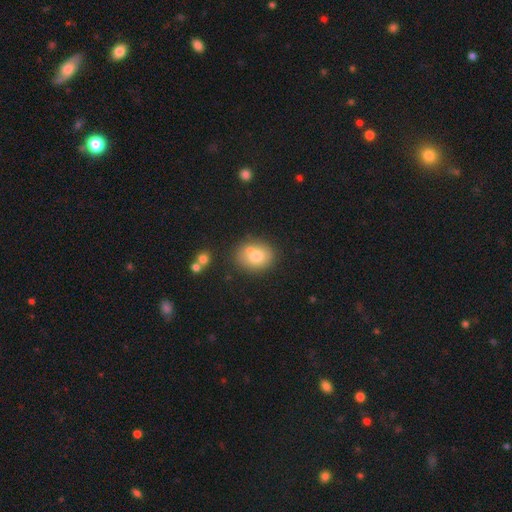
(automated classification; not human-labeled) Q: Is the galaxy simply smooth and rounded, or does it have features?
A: smooth — 75%.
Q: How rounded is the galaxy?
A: round — 61%.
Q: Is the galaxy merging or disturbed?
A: none — 62%.